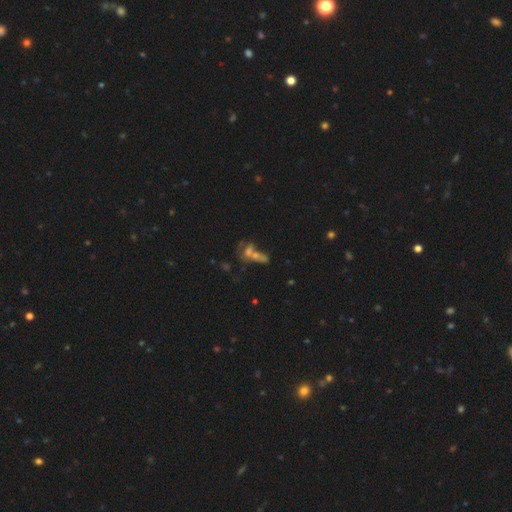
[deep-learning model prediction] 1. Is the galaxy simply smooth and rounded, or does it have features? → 36% featured or disk, 35% smooth, 29% star or artifact.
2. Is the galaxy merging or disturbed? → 49% merger, 29% none, 13% major disturbance, 10% minor disturbance.